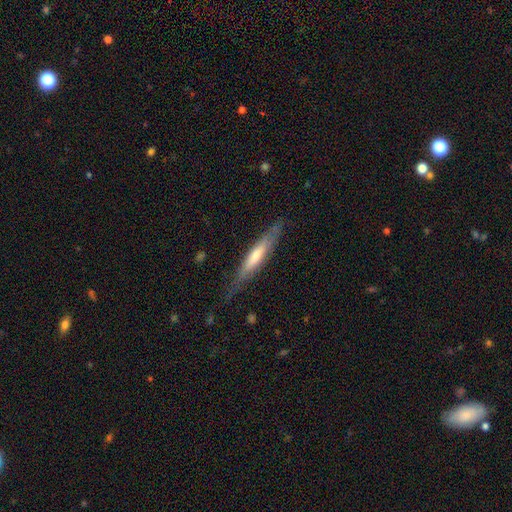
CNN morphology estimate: Smooth or featured?
  - featured or disk: 56% *
  - smooth: 38%
  - star or artifact: 6%
Edge-on disk?
  - yes: 89% *
  - no: 11%
Merging?
  - none: 78% *
  - minor disturbance: 17%
  - major disturbance: 4%
  - merger: 1%